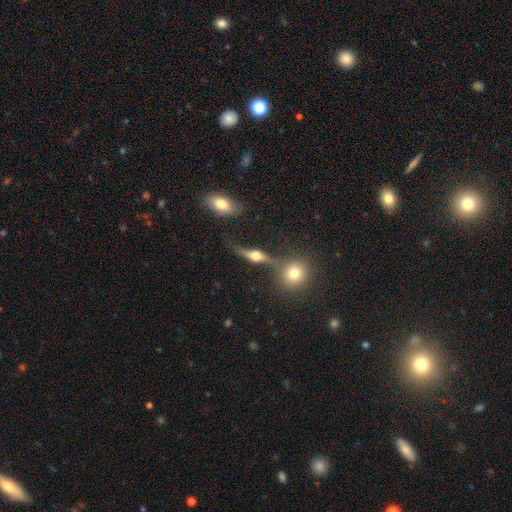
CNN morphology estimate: A featured or disk galaxy (65%) viewed edge-on (71%).

Vote fractions:
- Smooth or featured? featured or disk: 65% / smooth: 24% / star or artifact: 10%
- Edge-on disk? yes: 71% / no: 29%
- Merging? none: 61% / minor disturbance: 16% / merger: 13% / major disturbance: 9%